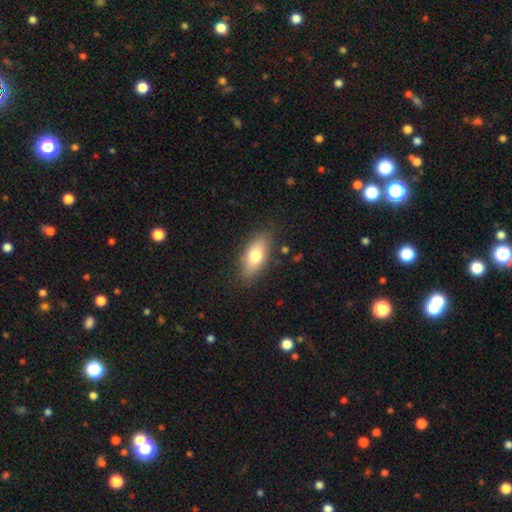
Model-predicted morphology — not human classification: type=smooth (73%); roundness=in between (85%); merging=none (83%).